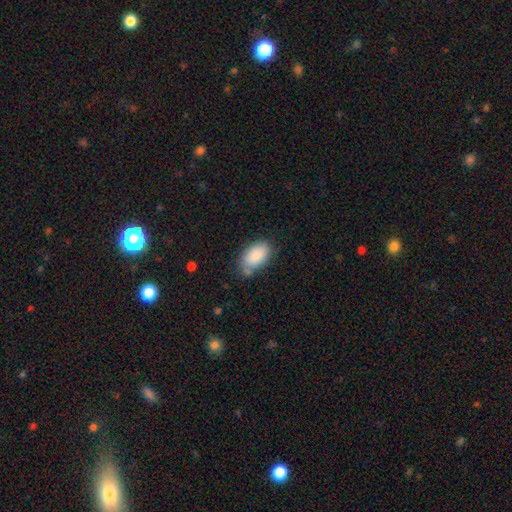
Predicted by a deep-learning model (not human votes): smooth-or-featured: smooth: 86% | featured or disk: 8% | star or artifact: 6%
  how-rounded: in between: 94% | round: 5% | cigar-shaped: 2%
  merging: none: 64% | minor disturbance: 24% | merger: 6% | major disturbance: 6%